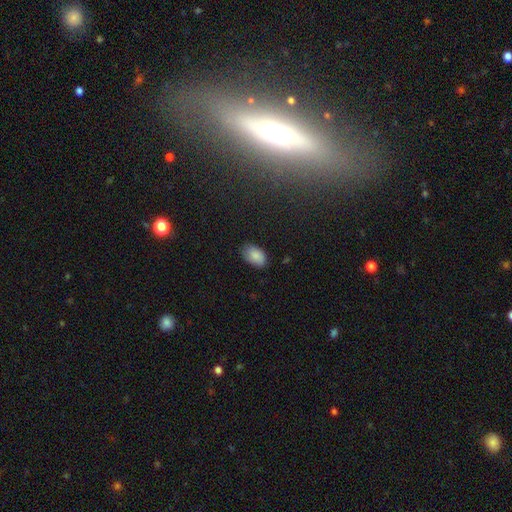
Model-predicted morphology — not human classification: type=smooth (87%); roundness=in between (92%); merging=none (80%).